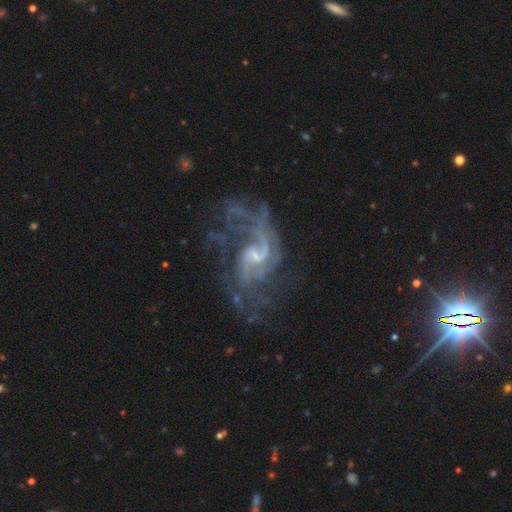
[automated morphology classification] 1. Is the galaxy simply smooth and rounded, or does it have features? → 82% featured or disk, 12% star or artifact, 5% smooth.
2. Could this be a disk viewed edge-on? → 97% no, 3% yes.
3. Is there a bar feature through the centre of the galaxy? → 52% weak, 34% no, 13% strong.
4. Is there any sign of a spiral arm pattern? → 90% yes, 10% no.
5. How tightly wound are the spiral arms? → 47% loose, 39% medium, 14% tight.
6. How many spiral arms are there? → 47% 2, 24% can't tell, 11% 3, 7% 1, 6% 4, 5% more than 4.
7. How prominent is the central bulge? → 53% small, 32% moderate, 11% none, 3% large, 1% dominant.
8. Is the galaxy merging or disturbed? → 50% none, 29% major disturbance, 17% minor disturbance, 4% merger.